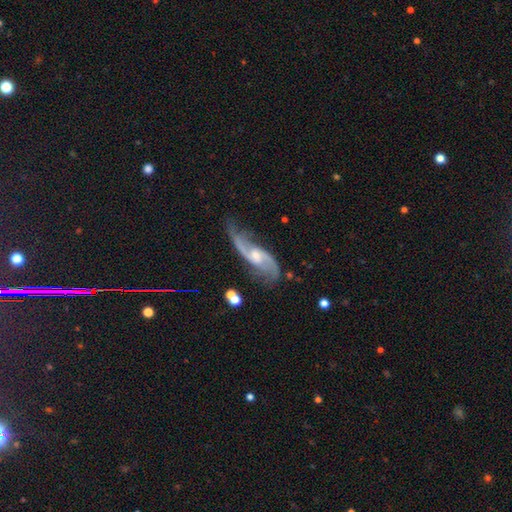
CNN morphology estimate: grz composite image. It shows a featured or disk galaxy (87%) with no bar (47%), 2 (88%) loose (58%) spiral arms (96%) and a moderate central bulge (47%). Merging: none (60%).